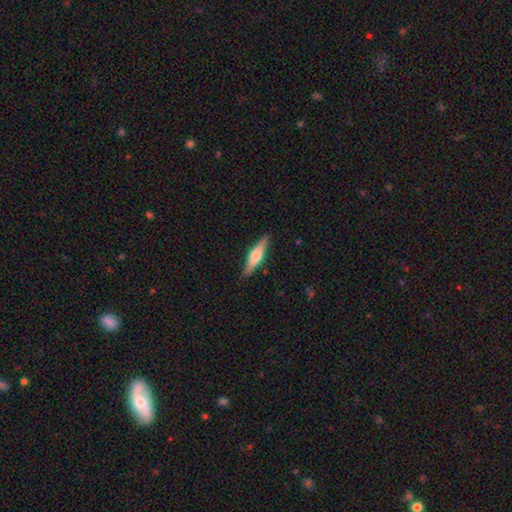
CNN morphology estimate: The model was most divided on "smooth or featured": featured or disk: 56%, smooth: 39%, star or artifact: 6%. More confident: edge-on disk — yes (95%); merging — none (88%); edge-on bulge — rounded (82%).